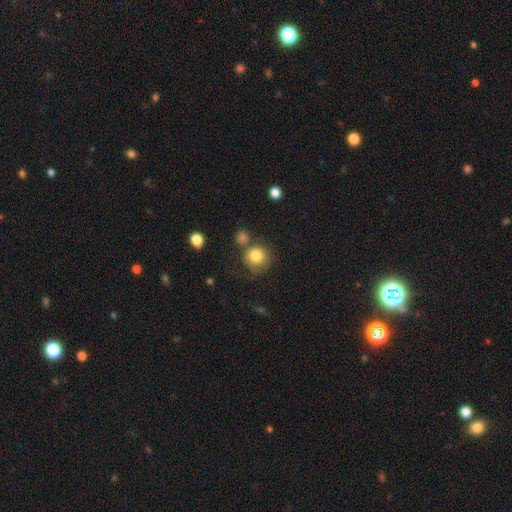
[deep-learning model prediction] A smooth galaxy with no disk features (83%) that is round (89%). Merging: none (60%).